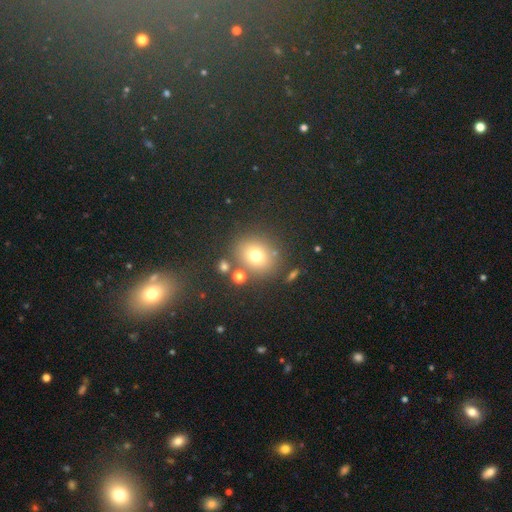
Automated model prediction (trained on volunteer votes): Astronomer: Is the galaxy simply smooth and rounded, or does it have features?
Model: smooth — 72%.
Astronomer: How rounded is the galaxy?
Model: round — 80%.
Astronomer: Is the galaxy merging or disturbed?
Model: none — 77%.